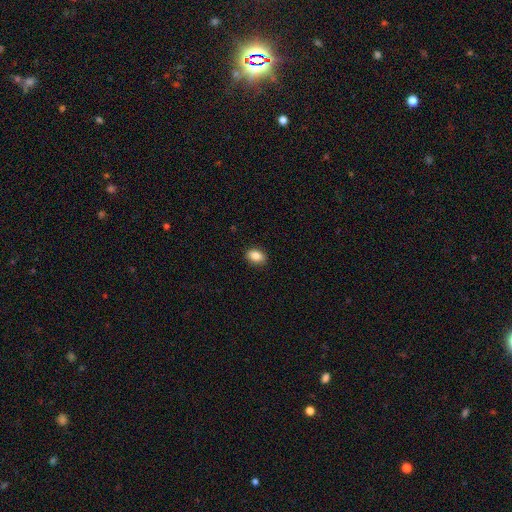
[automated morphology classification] A smooth galaxy with no disk features (85%) that is in between round and cigar-shaped (77%). Merging: none (90%).